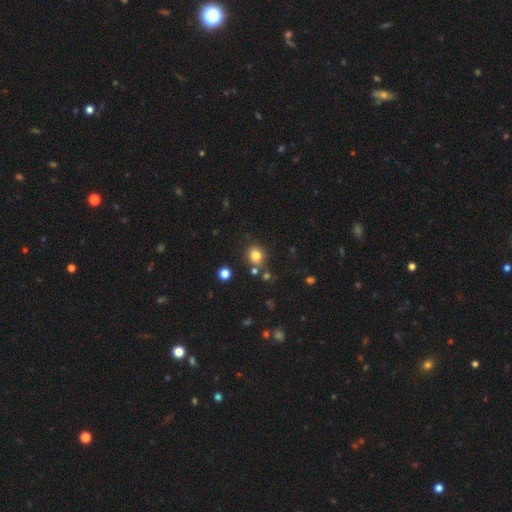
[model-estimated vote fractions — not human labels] Overall: smooth (80%). How rounded: round (78%). Merging: none (78%).